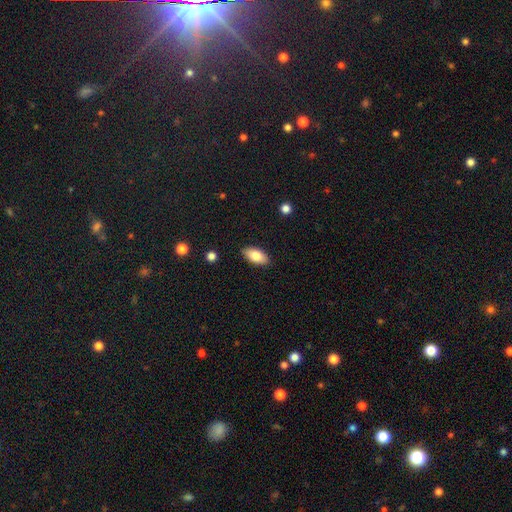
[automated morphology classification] smooth 81%, featured or disk 13%, star or artifact 7%. Down the decision tree: how rounded — in between (91%); merging — none (88%).